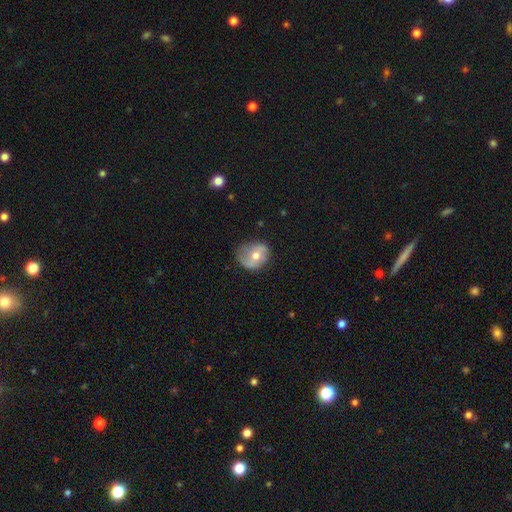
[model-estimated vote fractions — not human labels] A smooth galaxy with no disk features (47%).

Vote fractions:
- Smooth or featured? smooth: 47% / featured or disk: 45% / star or artifact: 8%
- Merging? none: 59% / minor disturbance: 29% / major disturbance: 10% / merger: 2%